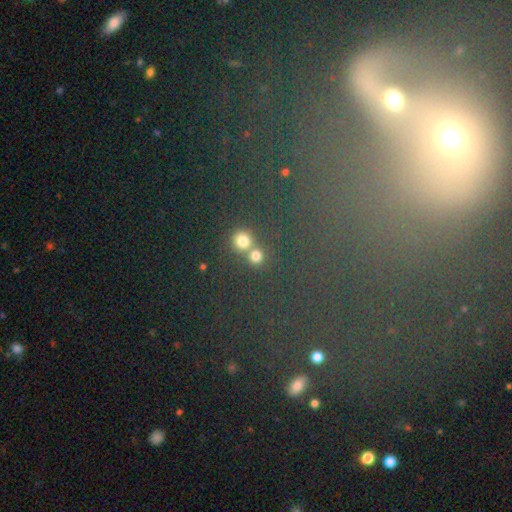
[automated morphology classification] Smooth or featured? smooth (75%)
How rounded? round (92%)
Merging? none (54%)